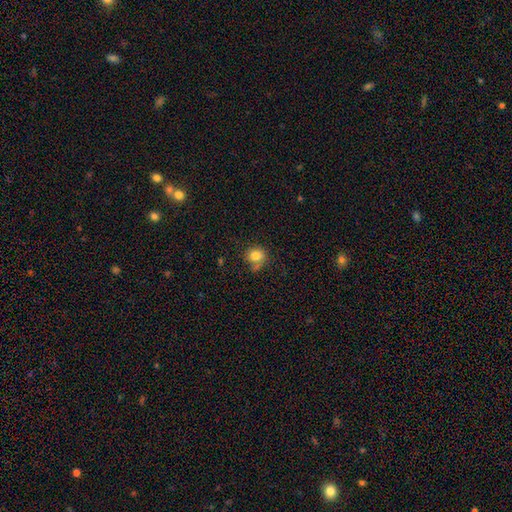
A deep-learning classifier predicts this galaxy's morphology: smooth 81%, star or artifact 10%, featured or disk 9%. Down the decision tree: how rounded — round (81%); merging — none (61%).